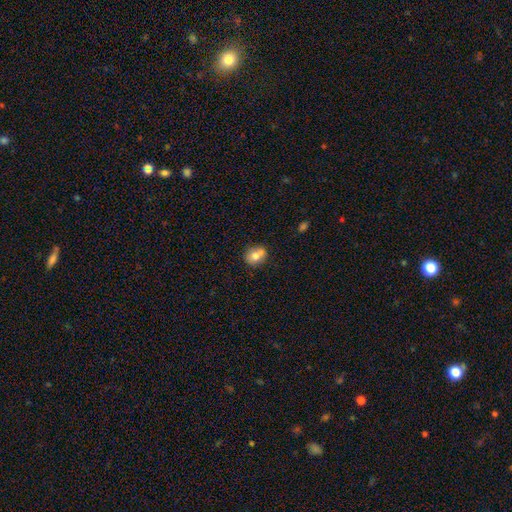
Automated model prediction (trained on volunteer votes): This appears to be a smooth galaxy with no disk features (73%) that is round (61%). Merging: none (52%).